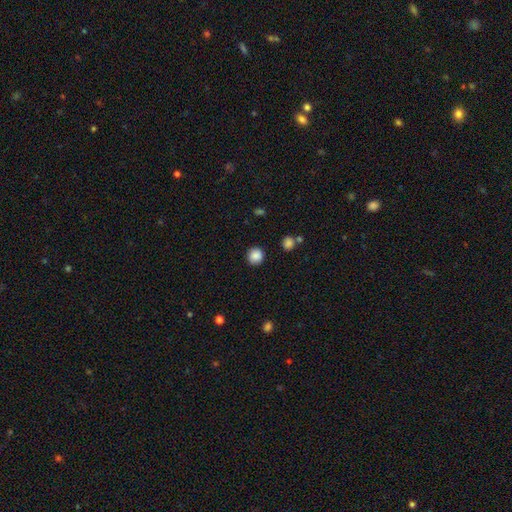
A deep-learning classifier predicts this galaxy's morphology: smooth_or_featured: smooth (p=0.87) [alt: star or artifact p=0.10]
how_rounded: round (p=0.92) [alt: in between p=0.07]
merging: none (p=0.89) [alt: minor disturbance p=0.06]